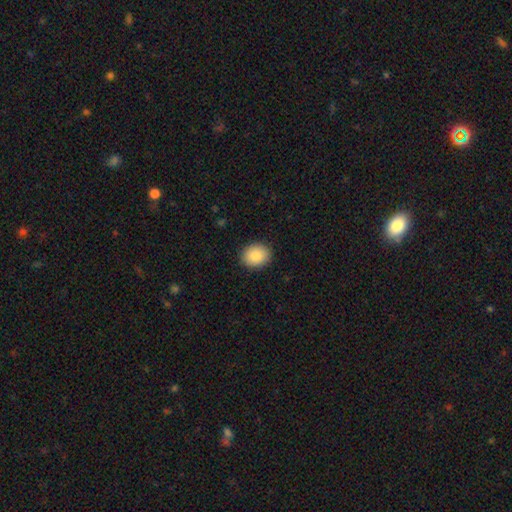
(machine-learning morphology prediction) Smooth or featured? Predicted: smooth (p=0.87). How rounded? Predicted: round (p=0.54). Merging? Predicted: none (p=0.90).